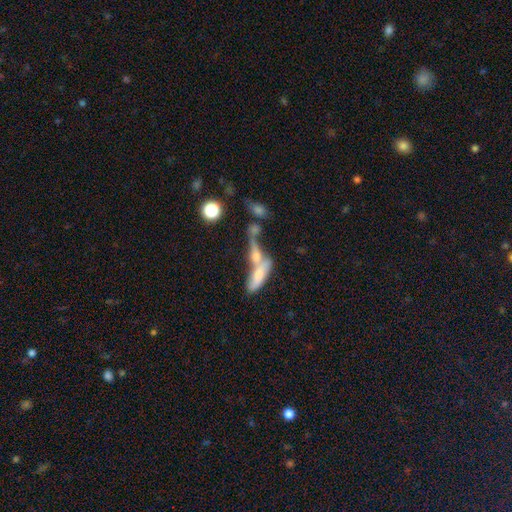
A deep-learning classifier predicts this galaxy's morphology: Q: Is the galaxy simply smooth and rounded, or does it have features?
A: smooth — 57%.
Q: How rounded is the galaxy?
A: in between — 49%.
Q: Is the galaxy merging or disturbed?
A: merger — 64%.